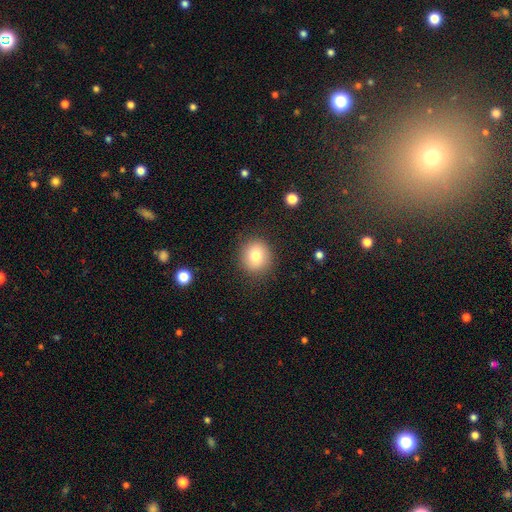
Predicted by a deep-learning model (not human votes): A smooth galaxy with no disk features (78%) that is round (86%).

Vote fractions:
- Smooth or featured? smooth: 78% / featured or disk: 12% / star or artifact: 11%
- How rounded? round: 86% / in between: 13% / cigar-shaped: 1%
- Merging? none: 88% / minor disturbance: 8% / major disturbance: 3% / merger: 1%